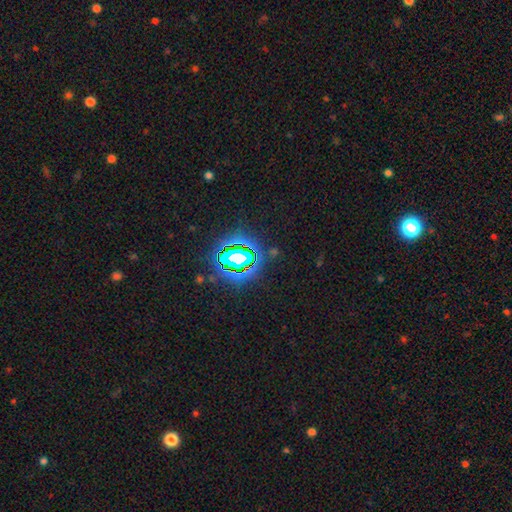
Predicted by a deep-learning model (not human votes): Smooth or featured: star or artifact — 82% (smooth — 11%)